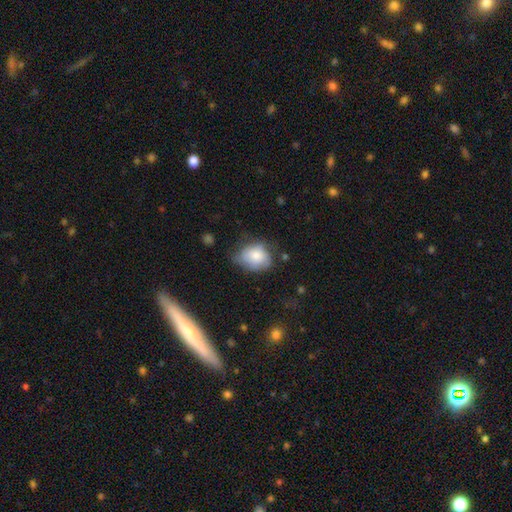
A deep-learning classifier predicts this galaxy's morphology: smooth_or_featured: smooth (p=0.75) [alt: featured or disk p=0.17]
how_rounded: in between (p=0.55) [alt: round p=0.44]
merging: none (p=0.43) [alt: minor disturbance p=0.39]